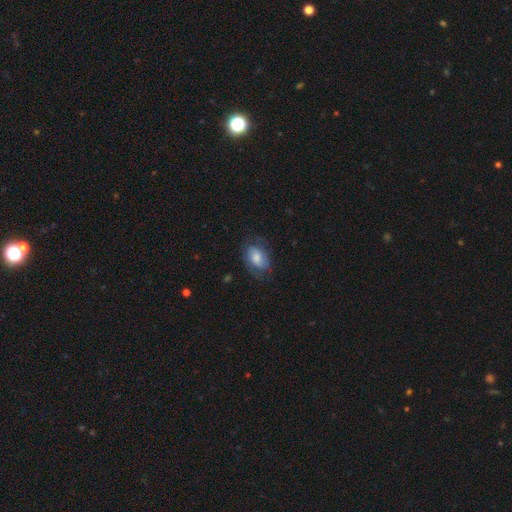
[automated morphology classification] Smooth or featured? Predicted: smooth (p=0.62). How rounded? Predicted: in between (p=0.85). Merging? Predicted: none (p=0.63).